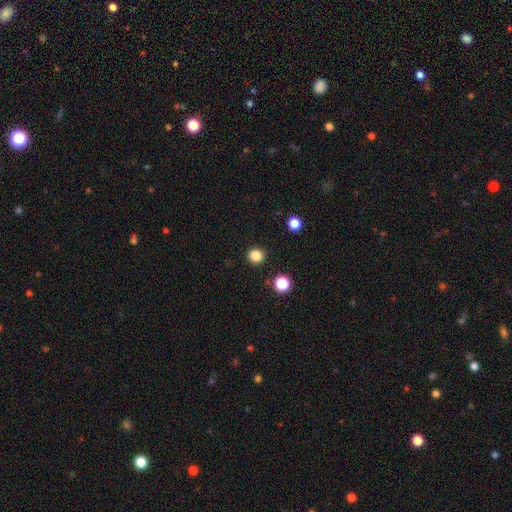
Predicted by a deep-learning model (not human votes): Smooth or featured? smooth (84%)
How rounded? round (92%)
Merging? none (91%)